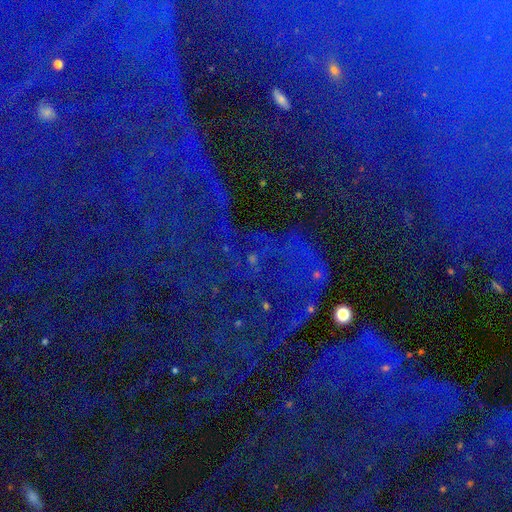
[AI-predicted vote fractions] Smooth or featured? Predicted: star or artifact (p=0.85).